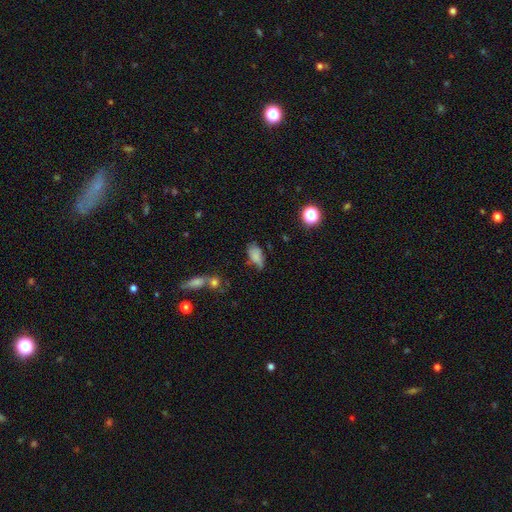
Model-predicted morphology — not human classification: A smooth galaxy with no disk features (75%) that is in between round and cigar-shaped (88%).

Vote fractions:
- Smooth or featured? smooth: 75% / featured or disk: 14% / star or artifact: 12%
- How rounded? in between: 88% / cigar-shaped: 6% / round: 6%
- Merging? none: 45% / minor disturbance: 36% / major disturbance: 13% / merger: 6%